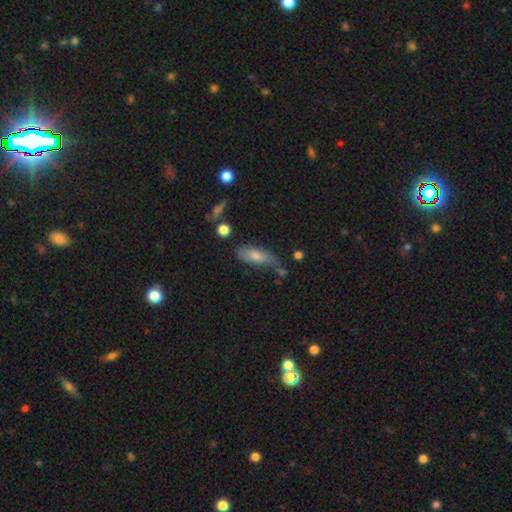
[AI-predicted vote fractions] smooth 62%, featured or disk 28%, star or artifact 10%. Down the decision tree: how rounded — in between (73%); merging — none (46%).